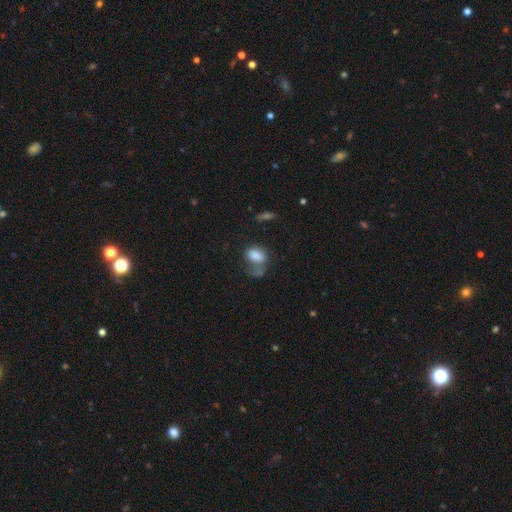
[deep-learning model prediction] smooth 77%, featured or disk 13%, star or artifact 10%. Down the decision tree: how rounded — in between (79%); merging — none (31%).